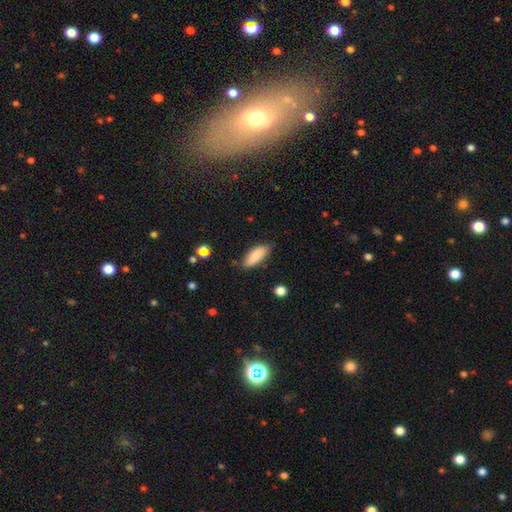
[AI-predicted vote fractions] smooth 86%, featured or disk 8%, star or artifact 6%. Down the decision tree: how rounded — in between (79%); merging — none (79%).